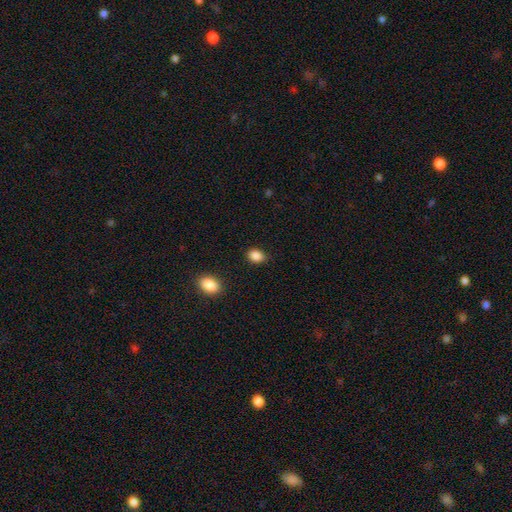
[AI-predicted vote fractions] A smooth galaxy with no disk features (87%) that is in between round and cigar-shaped (62%).

Vote fractions:
- Smooth or featured? smooth: 87% / star or artifact: 9% / featured or disk: 4%
- How rounded? in between: 62% / round: 37% / cigar-shaped: 1%
- Merging? none: 84% / minor disturbance: 11% / major disturbance: 3% / merger: 2%